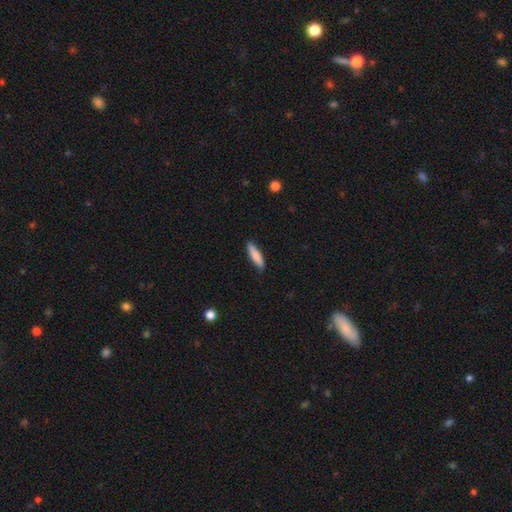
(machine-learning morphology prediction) Overall: smooth (82%). How rounded: cigar-shaped (73%). Merging: none (88%).